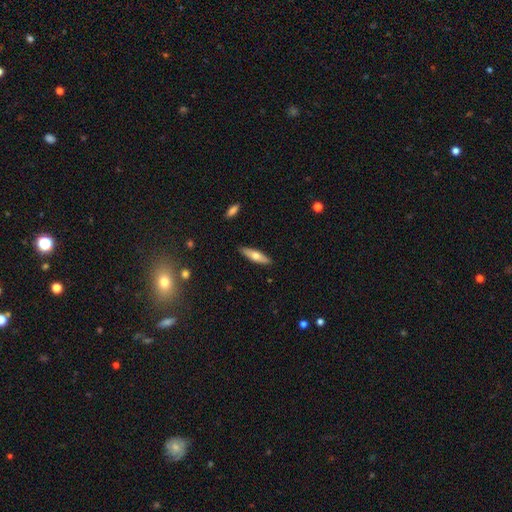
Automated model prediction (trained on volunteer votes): The model was most divided on "smooth or featured": smooth: 58%, featured or disk: 37%, star or artifact: 6%. More confident: merging — none (89%); how rounded — cigar-shaped (70%).